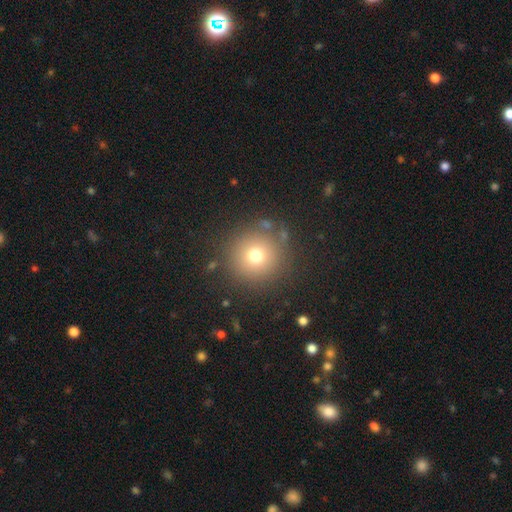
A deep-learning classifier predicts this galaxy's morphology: This appears to be a smooth galaxy with no disk features (71%) that is round (96%). Merging: none (85%).